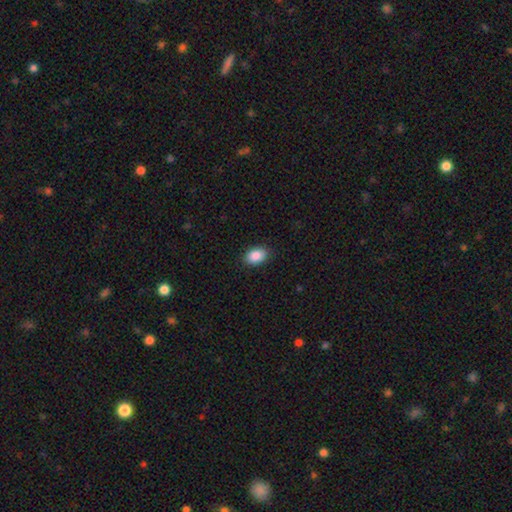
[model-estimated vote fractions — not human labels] A smooth galaxy with no disk features (89%) that is in between round and cigar-shaped (86%).

Vote fractions:
- Smooth or featured? smooth: 89% / star or artifact: 7% / featured or disk: 4%
- How rounded? in between: 86% / round: 13% / cigar-shaped: 1%
- Merging? none: 89% / minor disturbance: 8% / major disturbance: 2% / merger: 1%